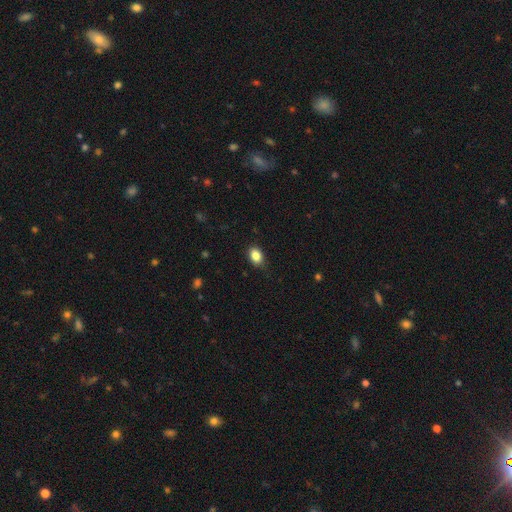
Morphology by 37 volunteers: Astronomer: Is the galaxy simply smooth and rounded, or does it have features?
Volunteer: smooth — 97%.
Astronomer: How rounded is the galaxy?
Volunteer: in between — 86%.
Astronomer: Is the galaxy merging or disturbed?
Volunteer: none — 86%.